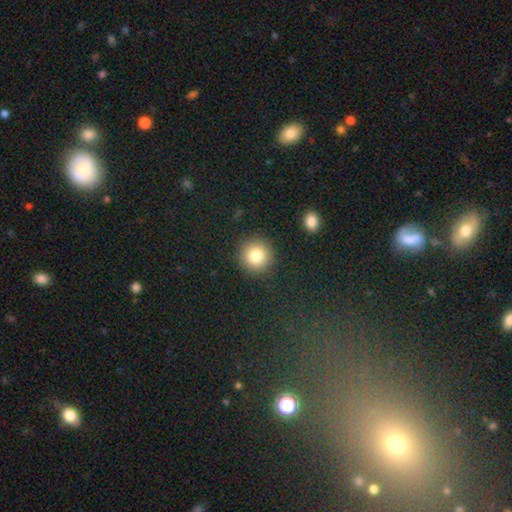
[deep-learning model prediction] smooth_or_featured: smooth (p=0.82) [alt: star or artifact p=0.11]
how_rounded: round (p=0.94) [alt: in between p=0.05]
merging: none (p=0.90) [alt: minor disturbance p=0.06]